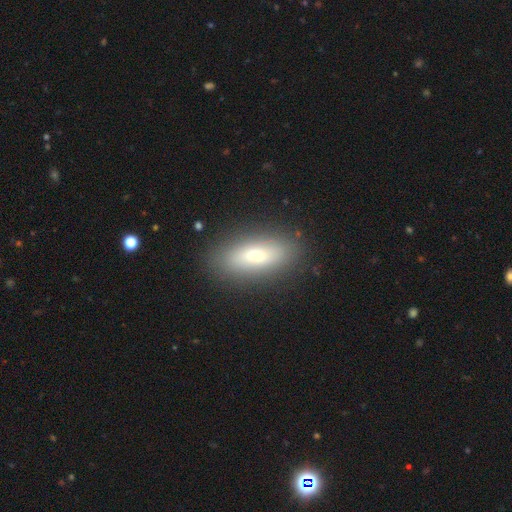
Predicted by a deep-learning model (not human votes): Q: Smooth or featured?
A: smooth (70%); runner-up: featured or disk (22%)
Q: How rounded?
A: in between (73%); runner-up: cigar-shaped (23%)
Q: Merging?
A: none (85%); runner-up: minor disturbance (10%)